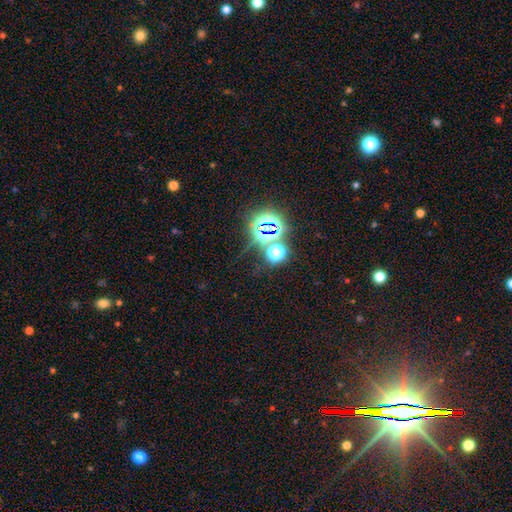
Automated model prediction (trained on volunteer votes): Morphology: type=star or artifact (79%).